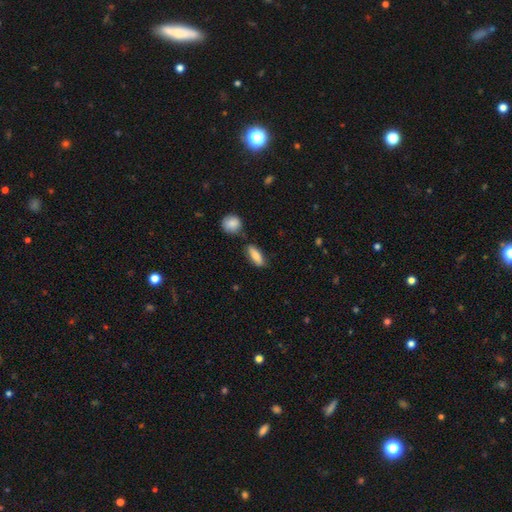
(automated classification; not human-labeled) Morphology: type=smooth (81%); roundness=in between (65%); merging=none (73%).